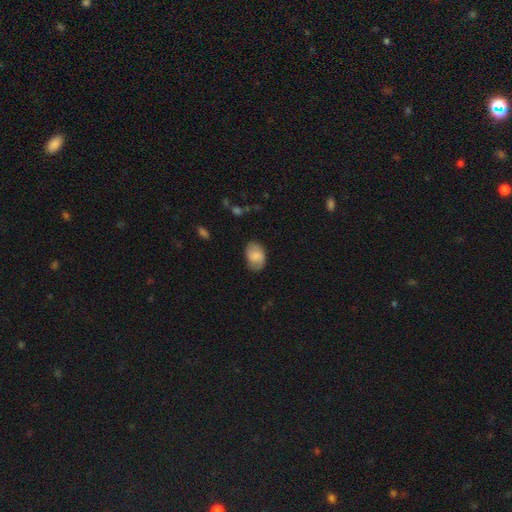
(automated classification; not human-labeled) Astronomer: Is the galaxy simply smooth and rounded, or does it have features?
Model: smooth — 66%.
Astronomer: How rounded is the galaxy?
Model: in between — 85%.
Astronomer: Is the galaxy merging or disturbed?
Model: none — 74%.